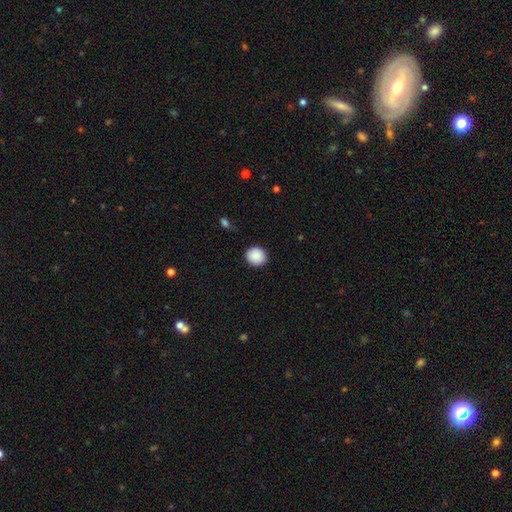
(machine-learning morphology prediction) smooth_or_featured: smooth (p=0.90) [alt: star or artifact p=0.07]
how_rounded: round (p=0.83) [alt: in between p=0.16]
merging: none (p=0.90) [alt: minor disturbance p=0.07]